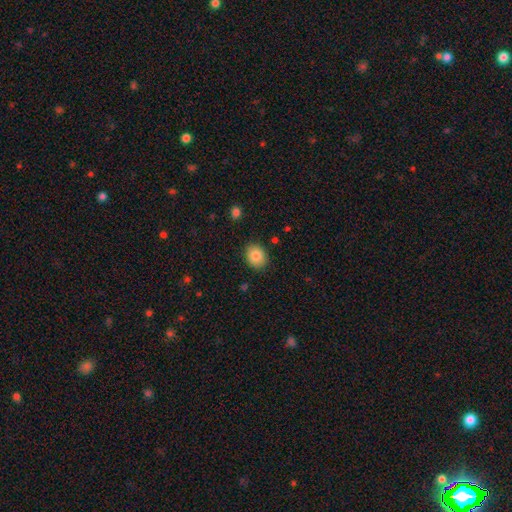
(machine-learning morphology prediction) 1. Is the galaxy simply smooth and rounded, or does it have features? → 84% smooth, 8% star or artifact, 7% featured or disk.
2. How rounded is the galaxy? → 55% round, 44% in between, 1% cigar-shaped.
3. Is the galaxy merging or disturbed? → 88% none, 9% minor disturbance, 2% major disturbance, 1% merger.